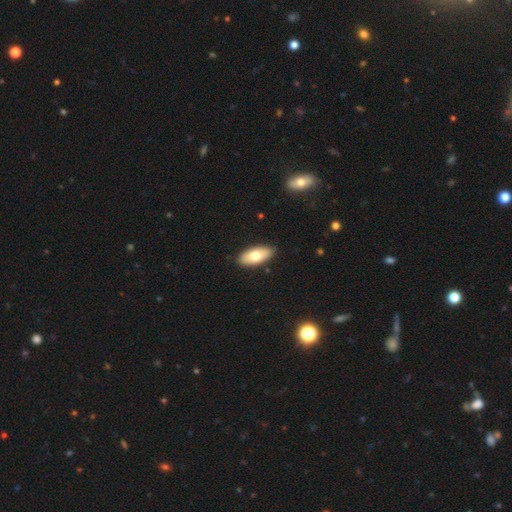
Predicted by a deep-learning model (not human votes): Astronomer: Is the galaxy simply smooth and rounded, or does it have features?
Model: smooth — 71%.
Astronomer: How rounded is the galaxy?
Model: in between — 89%.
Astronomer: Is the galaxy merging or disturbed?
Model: none — 88%.